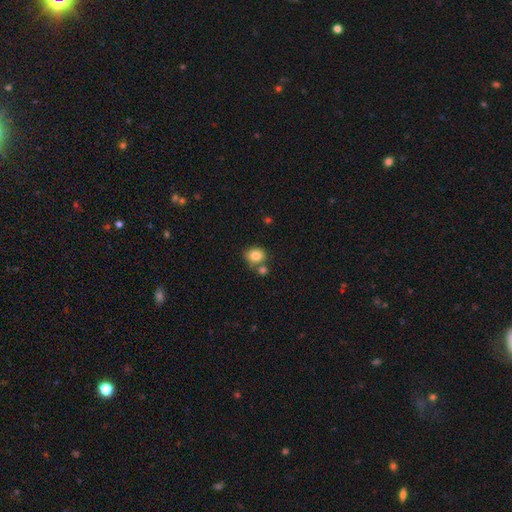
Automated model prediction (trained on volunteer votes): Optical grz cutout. It shows a smooth galaxy with no disk features (82%) that is round (61%). Merging: none (58%).